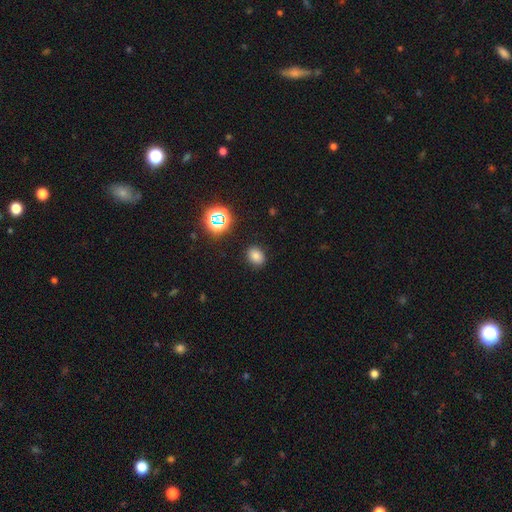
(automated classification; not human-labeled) smooth 74%, star or artifact 19%, featured or disk 7%. Down the decision tree: how rounded — in between (58%); merging — none (87%).